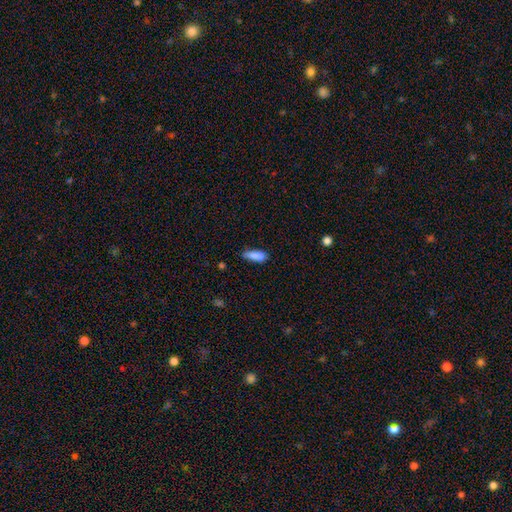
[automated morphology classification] Q: Smooth or featured?
A: smooth (87%); runner-up: star or artifact (7%)
Q: How rounded?
A: in between (59%); runner-up: cigar-shaped (39%)
Q: Merging?
A: none (69%); runner-up: minor disturbance (24%)